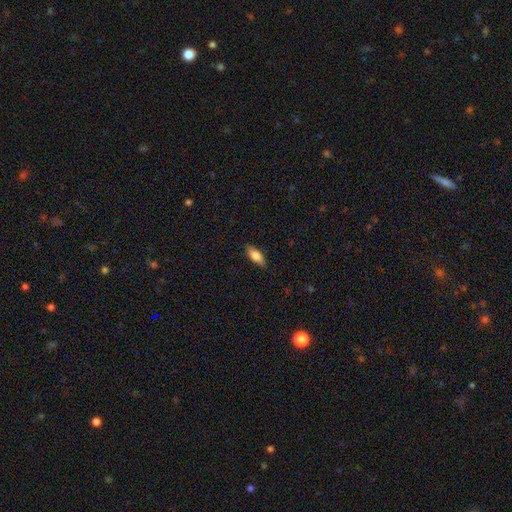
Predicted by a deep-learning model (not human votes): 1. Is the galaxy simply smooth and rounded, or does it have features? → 76% smooth, 17% featured or disk, 7% star or artifact.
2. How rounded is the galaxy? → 72% in between, 25% cigar-shaped, 3% round.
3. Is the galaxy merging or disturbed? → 85% none, 11% minor disturbance, 2% major disturbance, 1% merger.